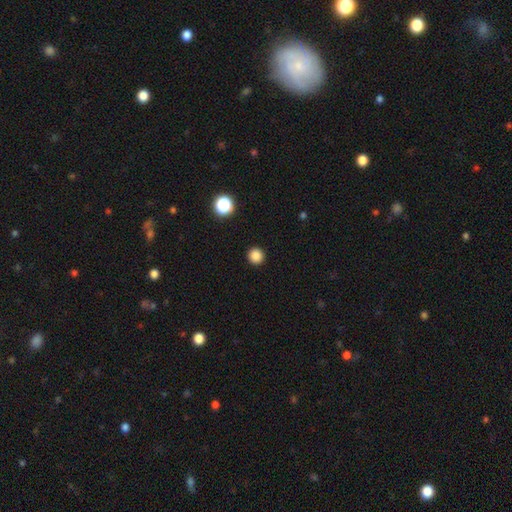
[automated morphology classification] smooth 85%, star or artifact 12%, featured or disk 3%. Down the decision tree: how rounded — round (95%); merging — none (93%).